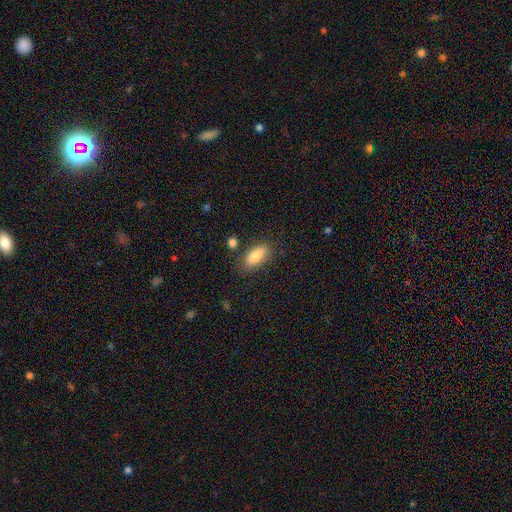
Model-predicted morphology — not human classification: This appears to be a smooth galaxy with no disk features (83%) that is in between round and cigar-shaped (82%). Merging: none (78%).